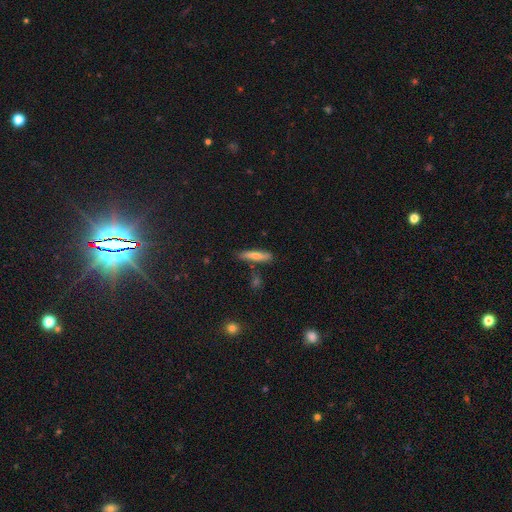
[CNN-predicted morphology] This appears to be a smooth galaxy with no disk features (69%) that is cigar-shaped (83%). Merging: none (77%).